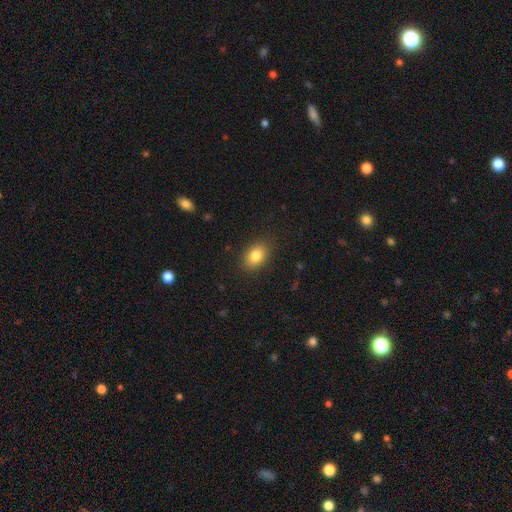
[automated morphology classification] smooth-or-featured: smooth: 83% | star or artifact: 9% | featured or disk: 8%
  how-rounded: in between: 78% | round: 21% | cigar-shaped: 1%
  merging: none: 86% | minor disturbance: 10% | major disturbance: 3% | merger: 1%